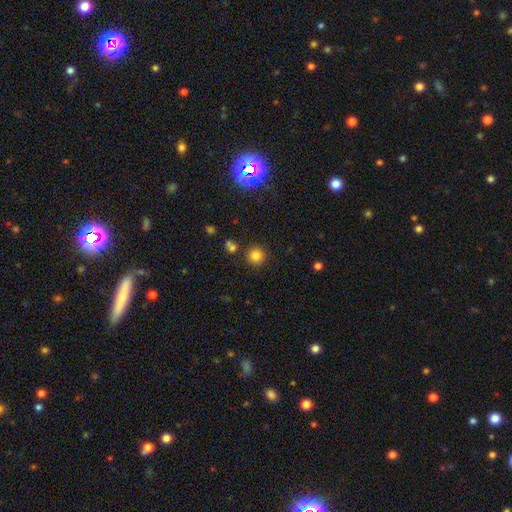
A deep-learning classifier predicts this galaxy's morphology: Overall: smooth (81%). How rounded: round (94%). Merging: none (86%).